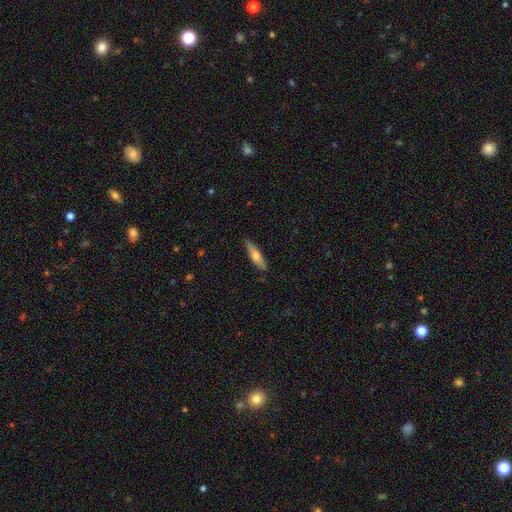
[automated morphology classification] type=smooth (64%); roundness=cigar-shaped (69%); merging=none (87%).